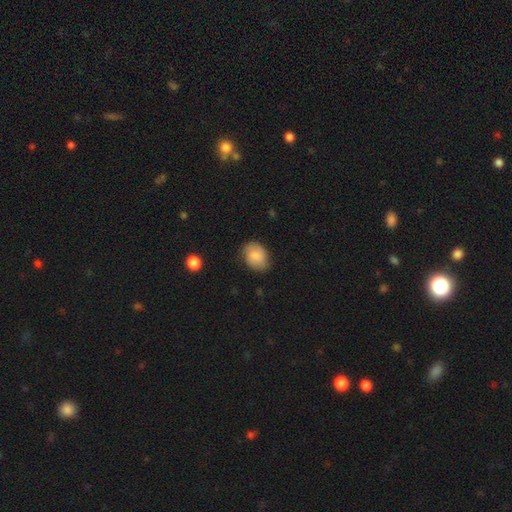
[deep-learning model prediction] Smooth or featured: smooth — 75% (featured or disk — 18%)
How rounded: in between — 67% (round — 32%)
Merging: none — 75% (minor disturbance — 20%)